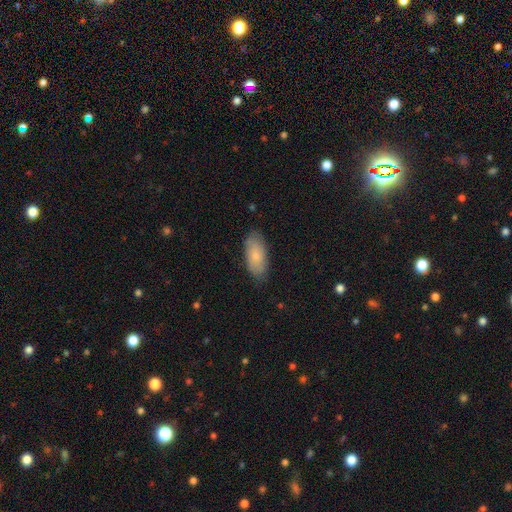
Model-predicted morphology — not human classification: smooth-or-featured: smooth: 77% | featured or disk: 17% | star or artifact: 6%
  how-rounded: in between: 89% | cigar-shaped: 9% | round: 2%
  merging: none: 80% | minor disturbance: 15% | major disturbance: 3% | merger: 1%